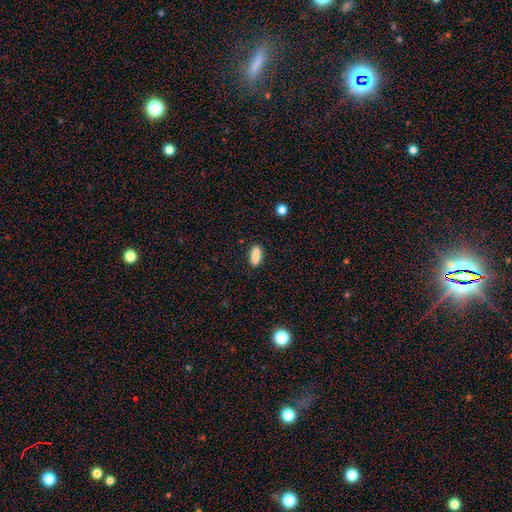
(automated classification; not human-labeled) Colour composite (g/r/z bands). It shows a smooth galaxy with no disk features (88%) that is in between round and cigar-shaped (80%). Merging: none (88%).